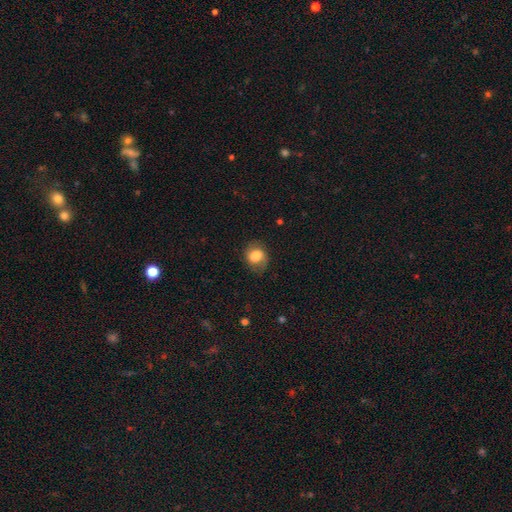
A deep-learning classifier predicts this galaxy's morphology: The model was most divided on "how rounded": round: 56%, in between: 44%, cigar-shaped: 1%. More confident: smooth or featured — smooth (68%); merging — none (67%).